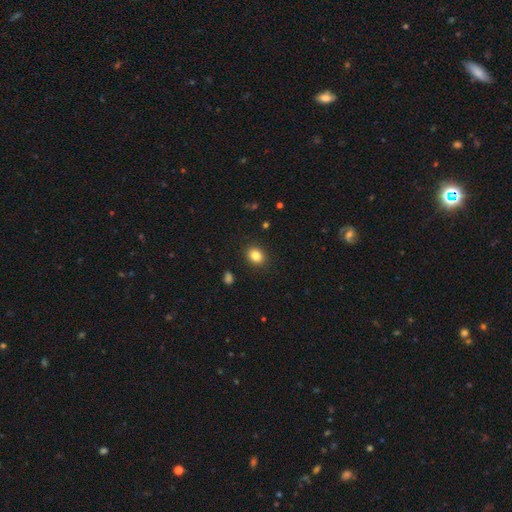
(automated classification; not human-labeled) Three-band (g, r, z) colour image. It shows a smooth galaxy with no disk features (85%) that is in between round and cigar-shaped (52%). Merging: none (89%).